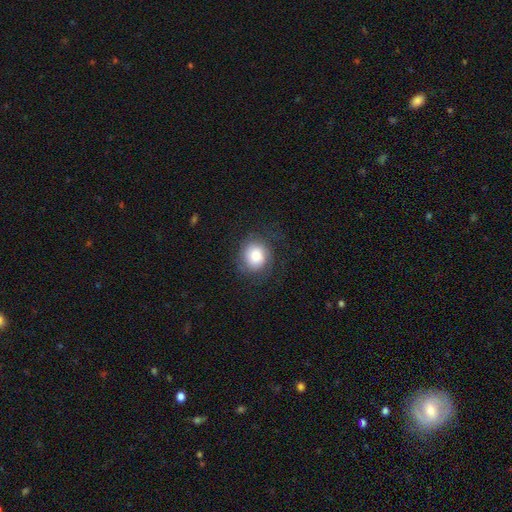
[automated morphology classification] A smooth galaxy with no disk features (66%) that is round (77%). Merging: none (73%).